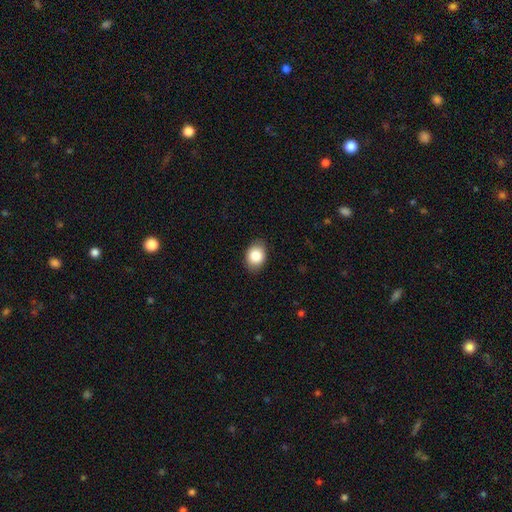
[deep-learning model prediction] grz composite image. It shows a smooth galaxy with no disk features (85%) that is in between round and cigar-shaped (69%). Merging: none (87%).